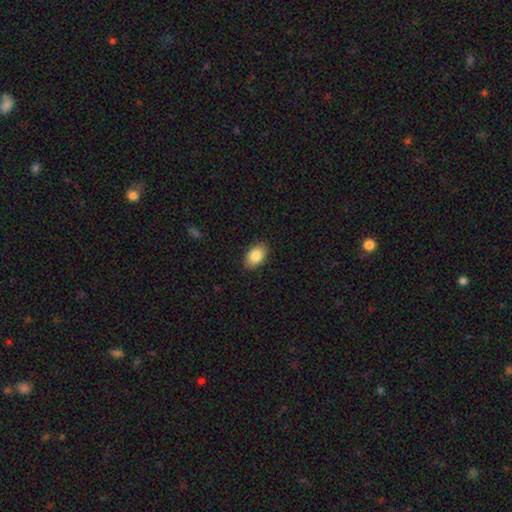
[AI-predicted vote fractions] smooth_or_featured: smooth (p=0.86) [alt: star or artifact p=0.07]
how_rounded: in between (p=0.89) [alt: round p=0.10]
merging: none (p=0.88) [alt: minor disturbance p=0.09]